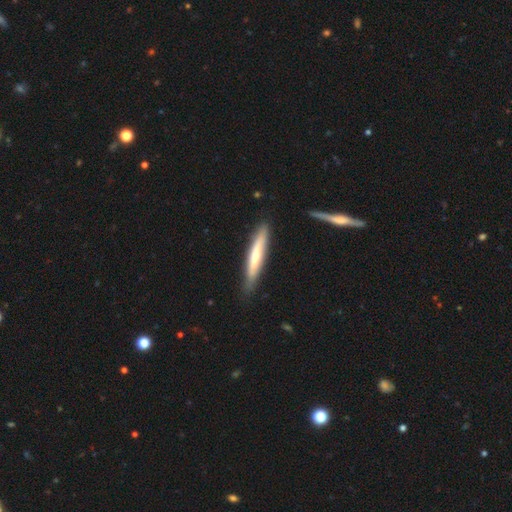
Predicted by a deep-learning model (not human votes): Smooth or featured? smooth (53%)
How rounded? cigar-shaped (91%)
Merging? none (83%)